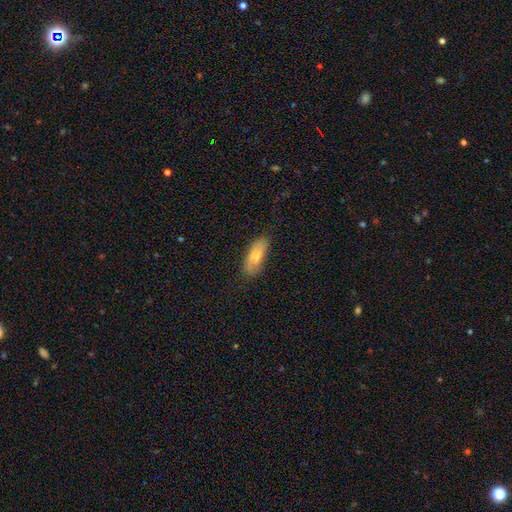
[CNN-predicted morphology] smooth_or_featured: smooth (p=0.76) [alt: featured or disk p=0.18]
how_rounded: in between (p=0.76) [alt: cigar-shaped p=0.22]
merging: none (p=0.70) [alt: minor disturbance p=0.22]